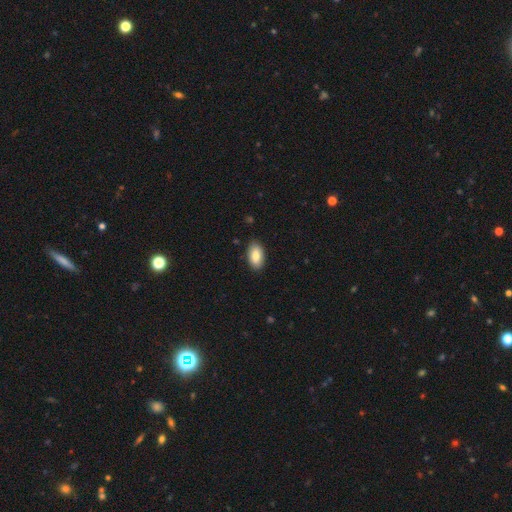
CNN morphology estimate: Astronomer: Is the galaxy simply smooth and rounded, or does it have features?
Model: smooth — 85%.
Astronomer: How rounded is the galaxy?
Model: in between — 94%.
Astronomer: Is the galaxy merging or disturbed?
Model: none — 87%.